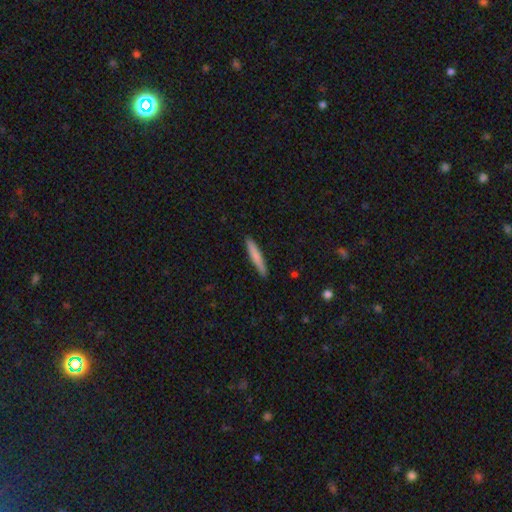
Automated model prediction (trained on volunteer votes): Morphology: type=smooth (77%); roundness=cigar-shaped (95%); merging=none (90%).